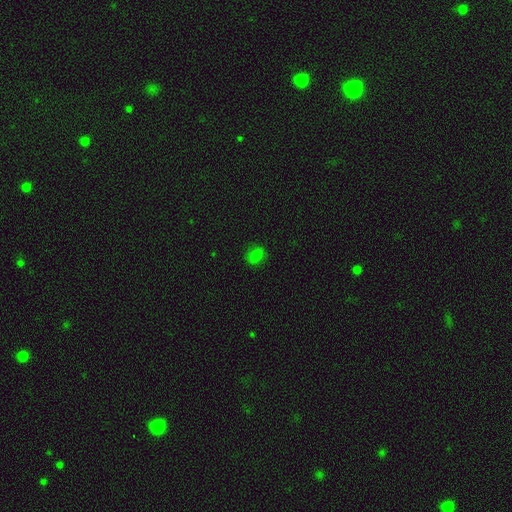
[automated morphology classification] This appears to be a smooth galaxy with no disk features (76%) that is in between round and cigar-shaped (70%). Merging: none (83%).